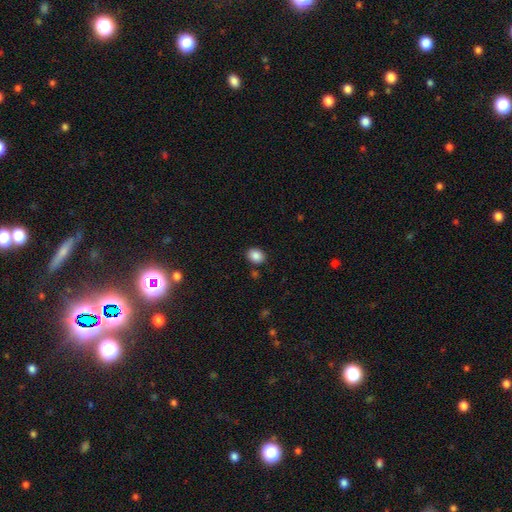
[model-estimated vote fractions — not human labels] Overall: smooth (87%). How rounded: in between (56%; round 43%). Merging: none (85%).